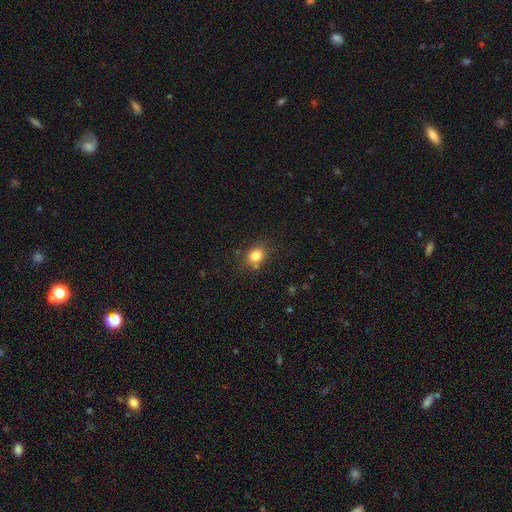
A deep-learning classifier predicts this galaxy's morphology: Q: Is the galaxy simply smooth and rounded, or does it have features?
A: smooth — 82%.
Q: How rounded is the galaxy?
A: round — 61%.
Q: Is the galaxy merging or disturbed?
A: none — 76%.